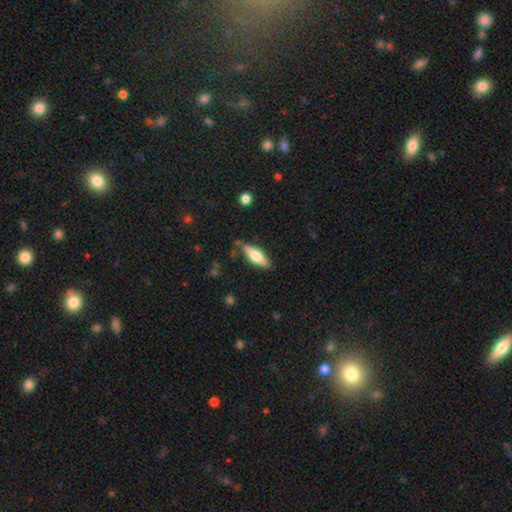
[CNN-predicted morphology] Smooth or featured?
  - smooth: 61% *
  - featured or disk: 33%
  - star or artifact: 6%
How rounded?
  - in between: 52% *
  - cigar-shaped: 46%
  - round: 2%
Merging?
  - none: 79% *
  - minor disturbance: 15%
  - major disturbance: 4%
  - merger: 3%